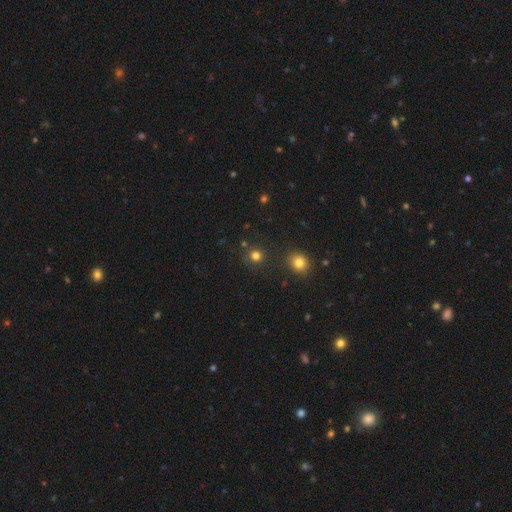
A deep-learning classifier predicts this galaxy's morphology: This is likely a smooth galaxy (77%). How rounded: clearly round (90%). Merging: clearly none (83%).